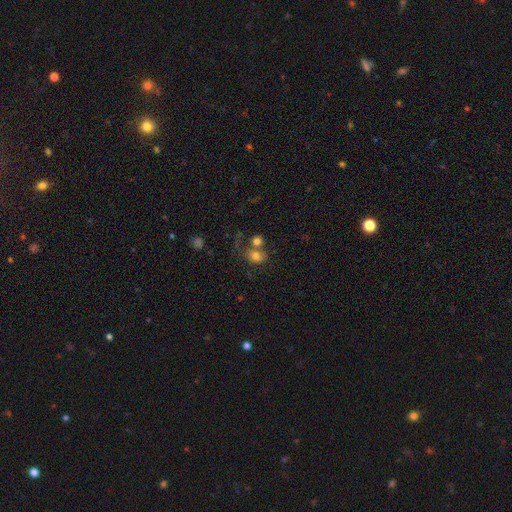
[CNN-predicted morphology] Smooth or featured: smooth — 72% (featured or disk — 16%)
How rounded: round — 54% (in between — 45%)
Merging: merger — 42% (none — 33%)